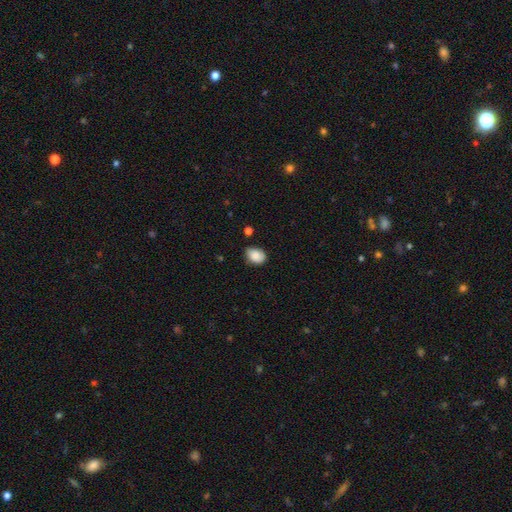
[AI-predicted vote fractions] This appears to be a smooth galaxy with no disk features (87%) that is in between round and cigar-shaped (72%). Merging: none (65%).